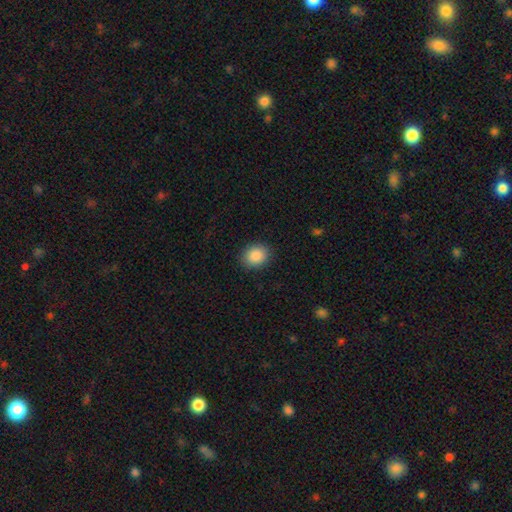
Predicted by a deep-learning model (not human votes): Overall: smooth (89%). How rounded: round (57%; in between 42%). Merging: none (89%).